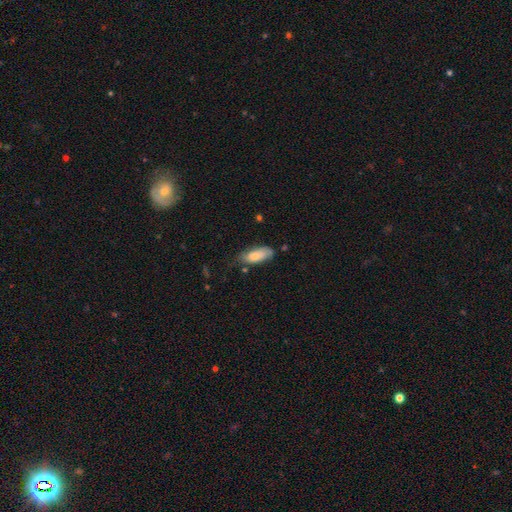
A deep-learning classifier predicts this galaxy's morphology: A smooth galaxy with no disk features (74%) that is in between round and cigar-shaped (79%). Merging: none (59%).